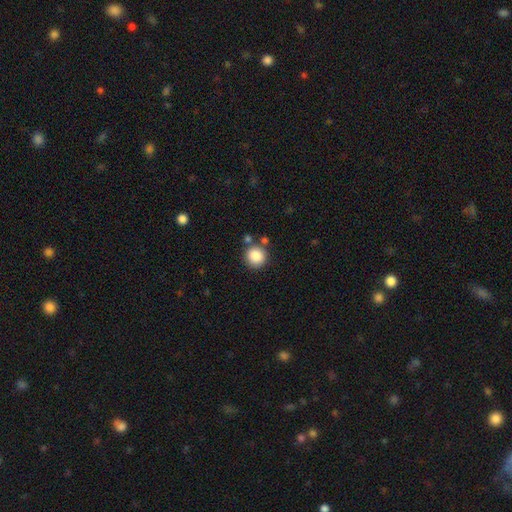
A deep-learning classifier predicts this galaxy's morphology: smooth-or-featured: smooth: 86% | star or artifact: 10% | featured or disk: 5%
  how-rounded: round: 92% | in between: 7% | cigar-shaped: 1%
  merging: none: 78% | minor disturbance: 10% | merger: 9% | major disturbance: 3%